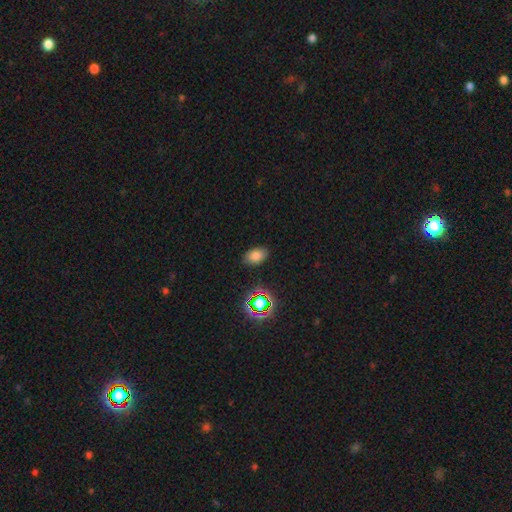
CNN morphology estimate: Q: Smooth or featured?
A: smooth (75%); runner-up: star or artifact (17%)
Q: How rounded?
A: in between (86%); runner-up: round (12%)
Q: Merging?
A: none (83%); runner-up: minor disturbance (12%)